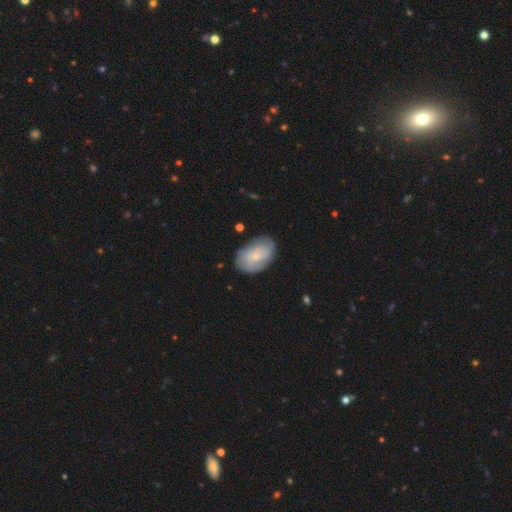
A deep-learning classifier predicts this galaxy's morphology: Smooth or featured? smooth (53%)
How rounded? in between (87%)
Merging? none (71%)